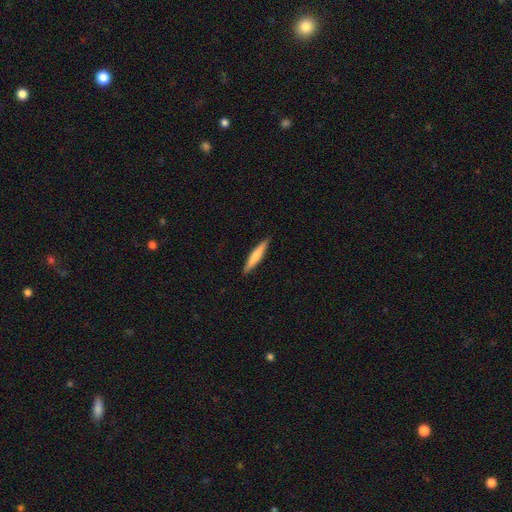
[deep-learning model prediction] Smooth or featured? Predicted: smooth (p=0.67). How rounded? Predicted: cigar-shaped (p=0.92). Merging? Predicted: none (p=0.91).